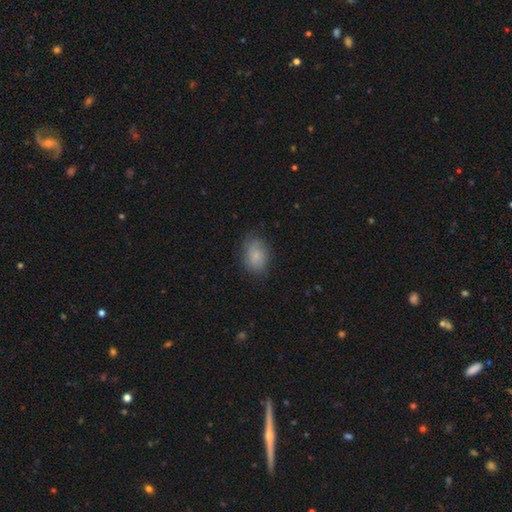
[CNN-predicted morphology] Smooth or featured? smooth (81%)
How rounded? in between (77%)
Merging? none (76%)